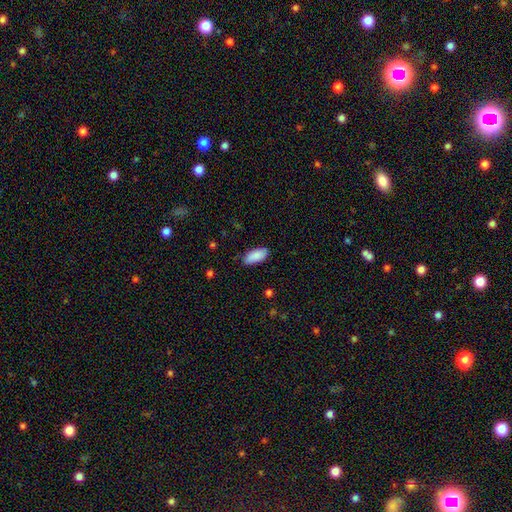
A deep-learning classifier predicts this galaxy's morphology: A smooth galaxy with no disk features (89%) that is in between round and cigar-shaped (89%).

Vote fractions:
- Smooth or featured? smooth: 89% / star or artifact: 6% / featured or disk: 5%
- How rounded? in between: 89% / cigar-shaped: 9% / round: 2%
- Merging? none: 84% / minor disturbance: 13% / major disturbance: 2% / merger: 1%